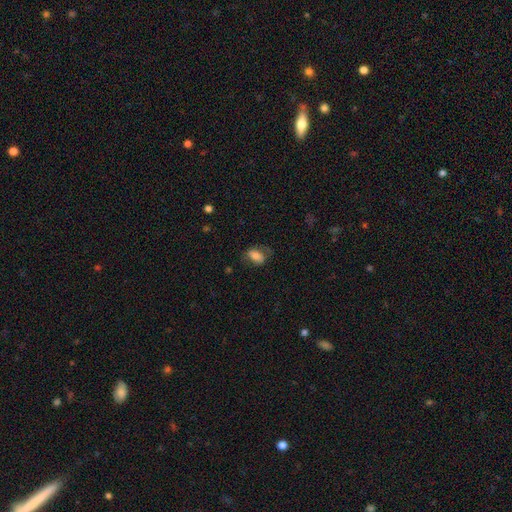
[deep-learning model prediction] Overall: smooth (68%). How rounded: in between (84%). Merging: none (59%; minor disturbance 23%).